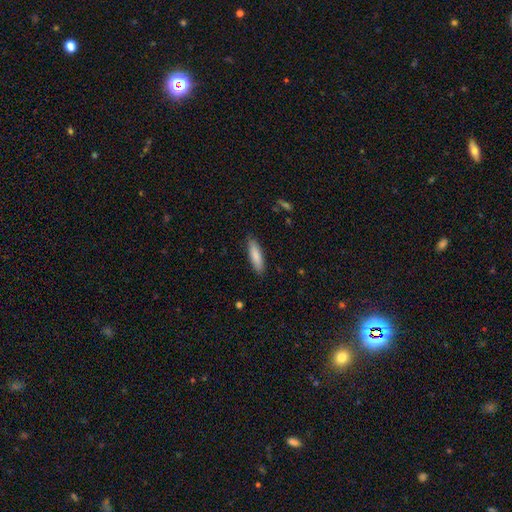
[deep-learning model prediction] A smooth galaxy with no disk features (85%) that is cigar-shaped (63%).

Vote fractions:
- Smooth or featured? smooth: 85% / featured or disk: 9% / star or artifact: 6%
- How rounded? cigar-shaped: 63% / in between: 36% / round: 1%
- Merging? none: 89% / minor disturbance: 9% / major disturbance: 2% / merger: 1%